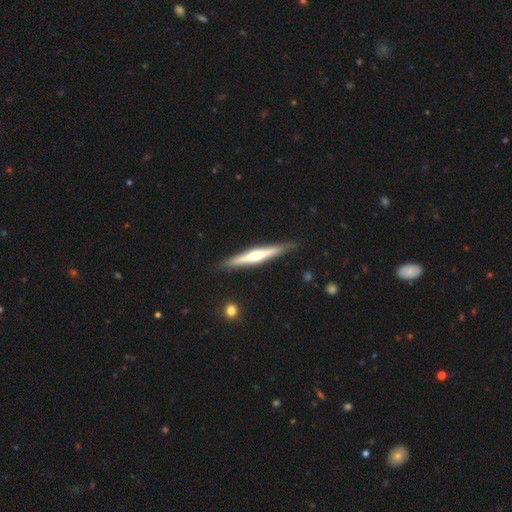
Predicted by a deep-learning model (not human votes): Smooth or featured: featured or disk — 71% (smooth — 24%)
Edge-on disk: yes — 98% (no — 2%)
Edge-on bulge: rounded — 88% (none — 8%)
Merging: none — 89% (minor disturbance — 8%)